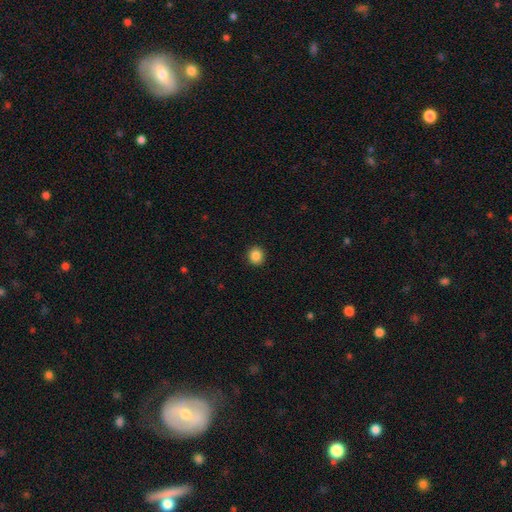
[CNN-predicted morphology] Overall: smooth (86%). How rounded: round (84%). Merging: none (92%).